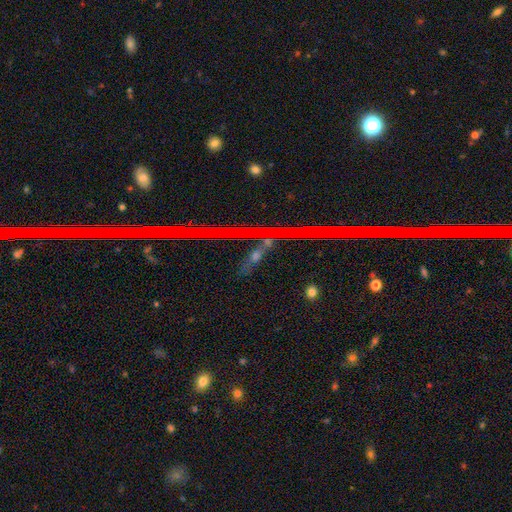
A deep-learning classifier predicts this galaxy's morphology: Smooth or featured? star or artifact (60%)